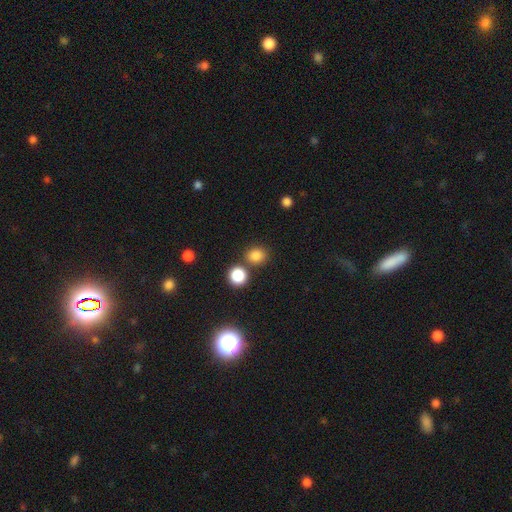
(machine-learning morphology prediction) smooth-or-featured: smooth: 81% | star or artifact: 14% | featured or disk: 5%
  how-rounded: round: 77% | in between: 22% | cigar-shaped: 1%
  merging: none: 74% | merger: 14% | minor disturbance: 8% | major disturbance: 3%